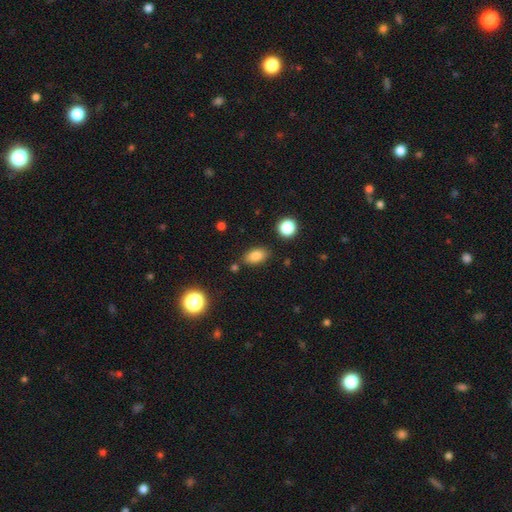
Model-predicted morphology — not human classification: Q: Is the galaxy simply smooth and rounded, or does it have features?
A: smooth — 83%.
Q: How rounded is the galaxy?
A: in between — 89%.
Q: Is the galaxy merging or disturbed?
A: none — 80%.